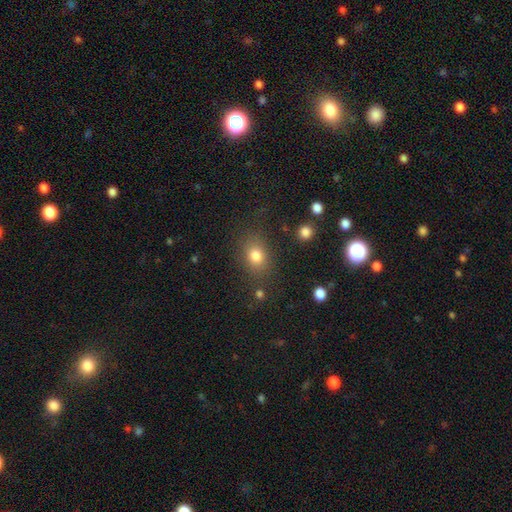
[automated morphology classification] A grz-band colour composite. It shows a smooth galaxy with no disk features (79%) that is in between round and cigar-shaped (61%). Merging: none (78%).